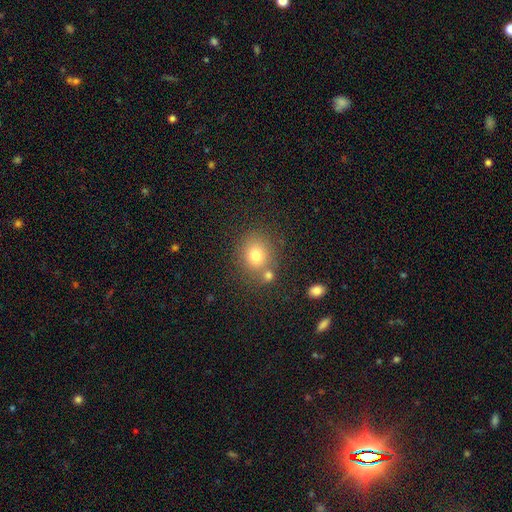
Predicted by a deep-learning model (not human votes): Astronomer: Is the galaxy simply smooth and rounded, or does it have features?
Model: smooth — 77%.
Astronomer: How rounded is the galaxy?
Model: round — 67%.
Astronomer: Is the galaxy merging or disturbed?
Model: none — 66%.